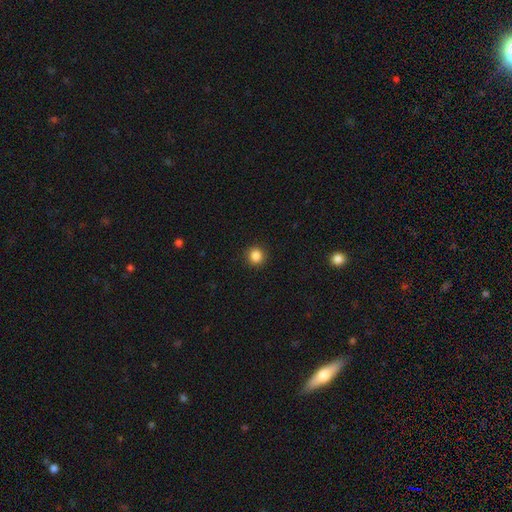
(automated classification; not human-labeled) This is clearly a smooth galaxy (86%). How rounded: clearly round (92%). Merging: clearly none (91%).